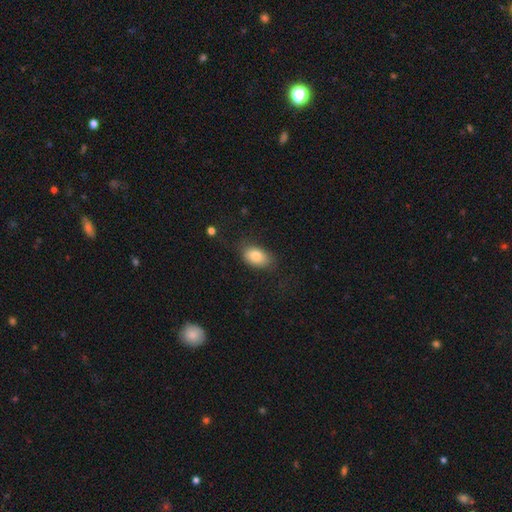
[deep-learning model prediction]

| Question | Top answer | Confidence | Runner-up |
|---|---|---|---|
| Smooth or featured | smooth | 82% | featured or disk (10%) |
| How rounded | in between | 86% | round (13%) |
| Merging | none | 75% | minor disturbance (18%) |